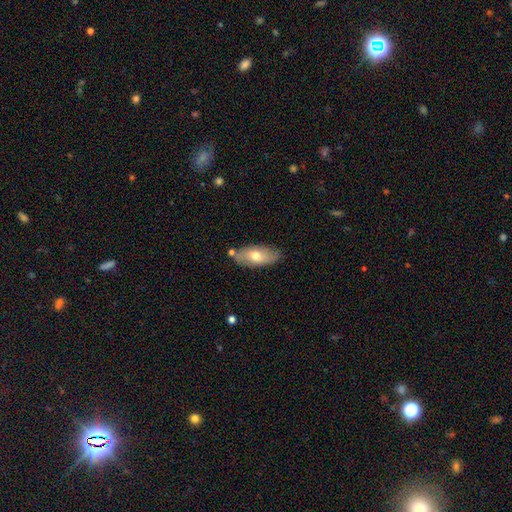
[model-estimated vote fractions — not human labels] Overall: smooth (61%; featured or disk 32%). How rounded: in between (88%). Merging: none (77%).